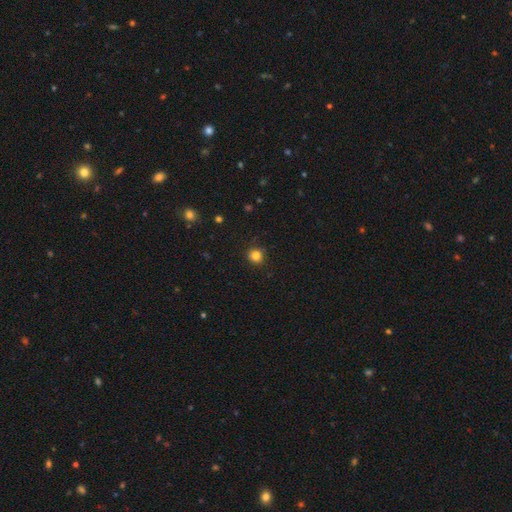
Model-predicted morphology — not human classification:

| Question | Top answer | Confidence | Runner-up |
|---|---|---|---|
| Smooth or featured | smooth | 83% | star or artifact (12%) |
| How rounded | round | 92% | in between (7%) |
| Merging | none | 89% | minor disturbance (8%) |